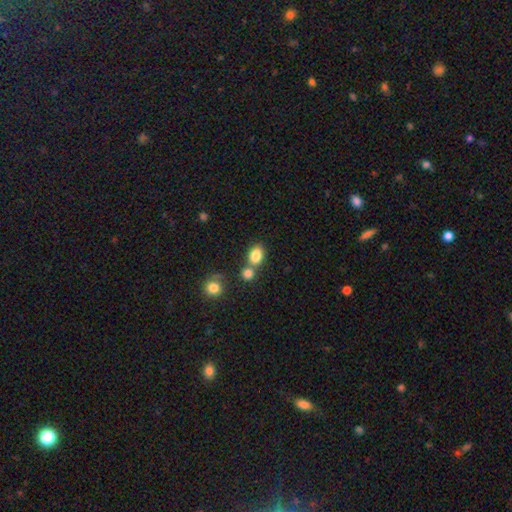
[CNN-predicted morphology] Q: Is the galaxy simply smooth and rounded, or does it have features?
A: smooth — 84%.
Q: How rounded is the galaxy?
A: in between — 67%.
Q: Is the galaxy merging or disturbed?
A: none — 56%.